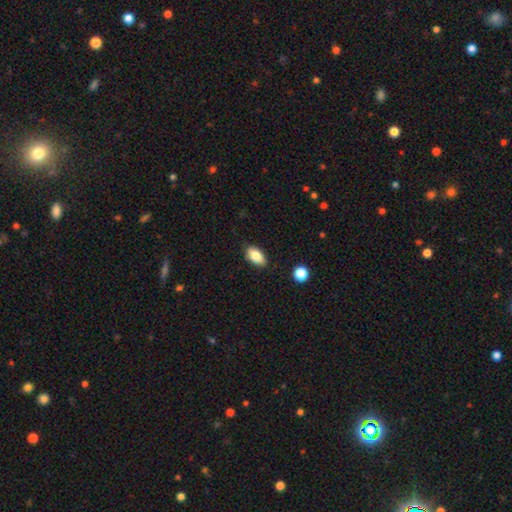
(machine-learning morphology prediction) smooth_or_featured: smooth (p=0.82) [alt: featured or disk p=0.10]
how_rounded: in between (p=0.91) [alt: round p=0.05]
merging: none (p=0.85) [alt: minor disturbance p=0.12]